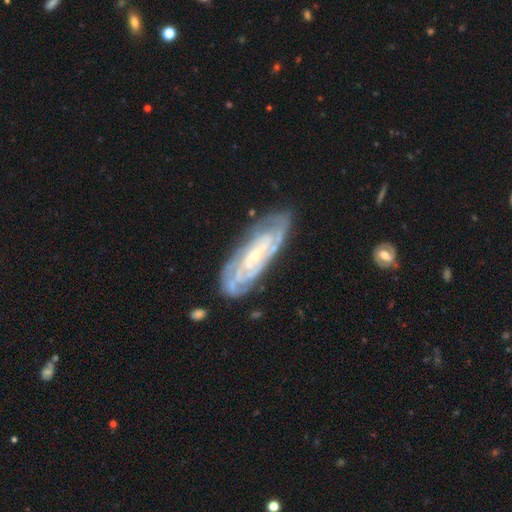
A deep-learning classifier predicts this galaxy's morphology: A featured or disk galaxy (85%) with no bar (53%), tight (75%) spiral arms (95%) and a small central bulge (76%).

Vote fractions:
- Smooth or featured? featured or disk: 85% / smooth: 9% / star or artifact: 5%
- Edge-on disk? no: 89% / yes: 11%
- Bar? no: 53% / weak: 30% / strong: 17%
- Spiral arms? yes: 95% / no: 5%
- Spiral winding? tight: 75% / medium: 21% / loose: 4%
- Spiral arm count? can't tell: 37% / 2: 23% / 3: 16% / 4: 13% / more than 4: 6% / 1: 5%
- Bulge size? small: 76% / moderate: 20% / none: 2% / large: 1% / dominant: 1%
- Merging? none: 78% / minor disturbance: 16% / major disturbance: 4% / merger: 2%